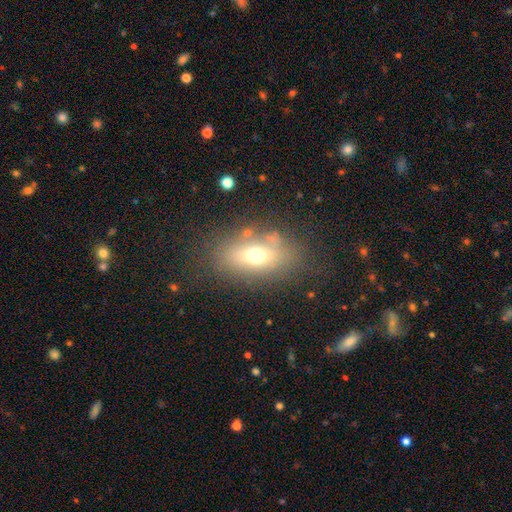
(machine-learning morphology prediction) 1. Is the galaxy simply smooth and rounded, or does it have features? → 58% smooth, 28% featured or disk, 14% star or artifact.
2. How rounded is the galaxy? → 76% in between, 16% round, 8% cigar-shaped.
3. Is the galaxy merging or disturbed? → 68% none, 17% minor disturbance, 10% major disturbance, 5% merger.